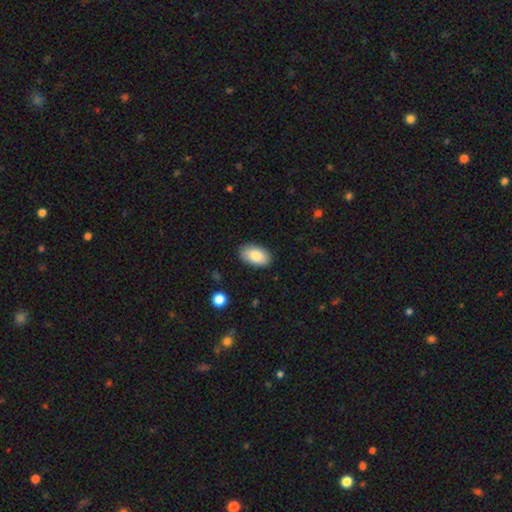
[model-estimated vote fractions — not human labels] Morphology: type=smooth (85%); roundness=in between (94%); merging=none (86%).